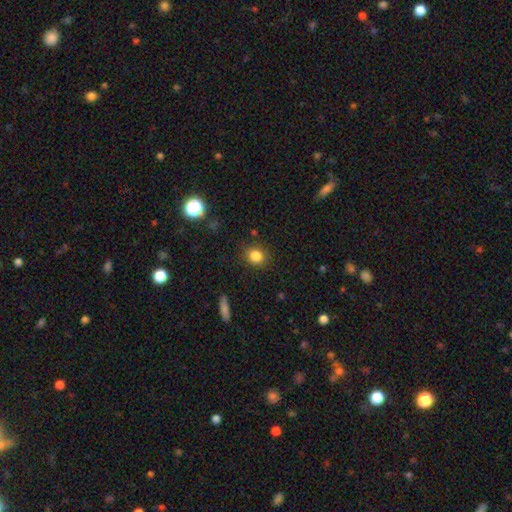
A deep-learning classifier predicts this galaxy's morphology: Overall: smooth (83%). How rounded: round (80%). Merging: none (85%).